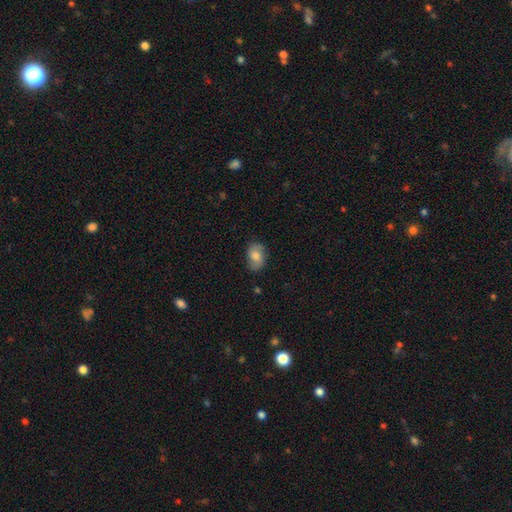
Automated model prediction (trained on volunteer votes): The model was most divided on "smooth or featured": smooth: 59%, featured or disk: 33%, star or artifact: 8%. More confident: how rounded — in between (82%); merging — none (75%).